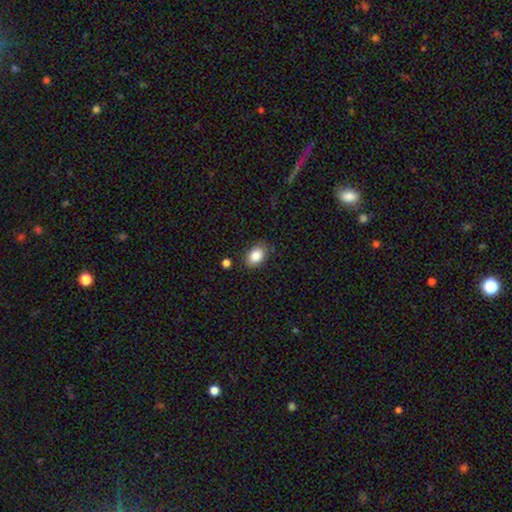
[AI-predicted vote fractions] Smooth or featured? smooth (86%)
How rounded? in between (85%)
Merging? none (80%)